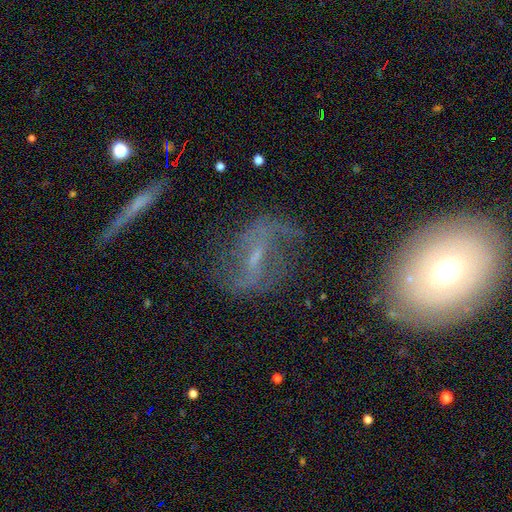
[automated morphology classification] Overall: featured or disk (69%). Edge-on disk: no (91%). Bar: weak (39%; strong 37%). Spiral arms: yes (79%). Spiral arm count: 2 (72%). Spiral winding: loose (54%; medium 31%). Bulge size: small (61%; moderate 23%). Merging: none (57%; minor disturbance 20%).